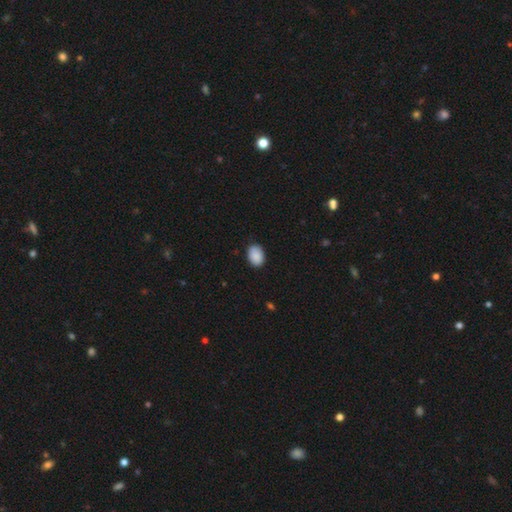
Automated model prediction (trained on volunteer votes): A smooth galaxy with no disk features (90%) that is in between round and cigar-shaped (77%). Merging: none (83%).